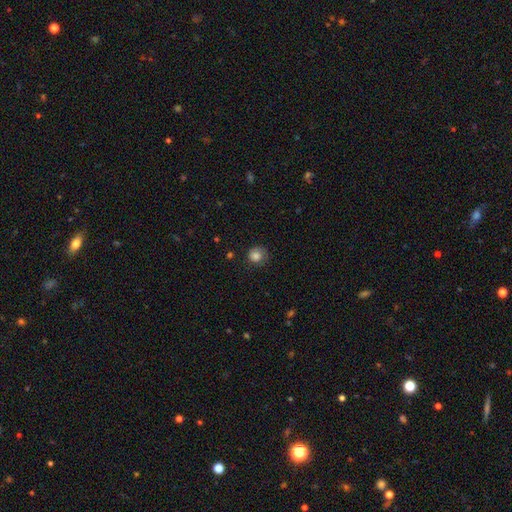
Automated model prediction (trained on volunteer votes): A smooth galaxy with no disk features (83%) that is round (86%).

Vote fractions:
- Smooth or featured? smooth: 83% / star or artifact: 10% / featured or disk: 7%
- How rounded? round: 86% / in between: 13% / cigar-shaped: 1%
- Merging? none: 69% / minor disturbance: 22% / major disturbance: 7% / merger: 1%